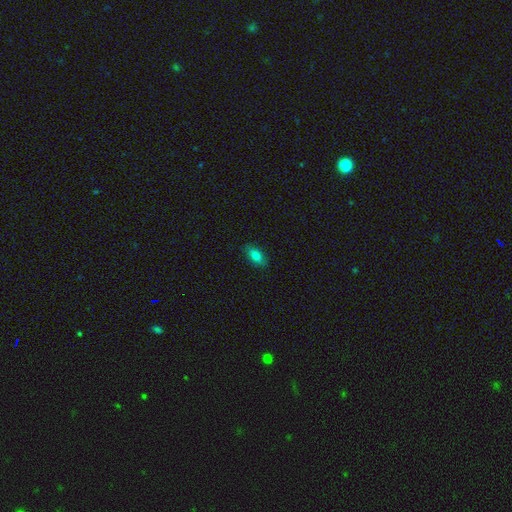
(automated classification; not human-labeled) The model was most divided on "smooth or featured": smooth: 80%, featured or disk: 11%, star or artifact: 9%. More confident: how rounded — in between (87%); merging — none (86%).